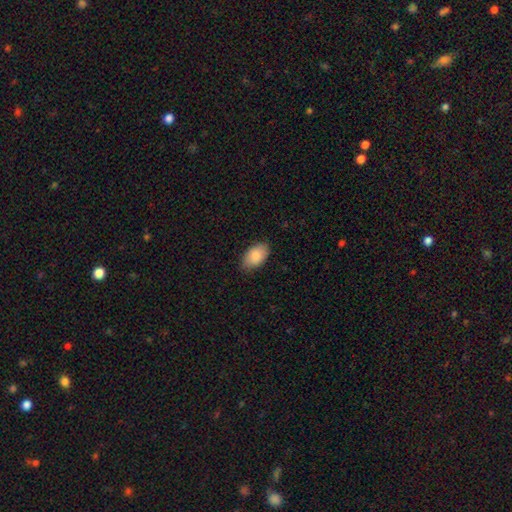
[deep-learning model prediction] Q: Smooth or featured?
A: smooth (86%); runner-up: featured or disk (8%)
Q: How rounded?
A: in between (93%); runner-up: round (5%)
Q: Merging?
A: none (80%); runner-up: minor disturbance (16%)